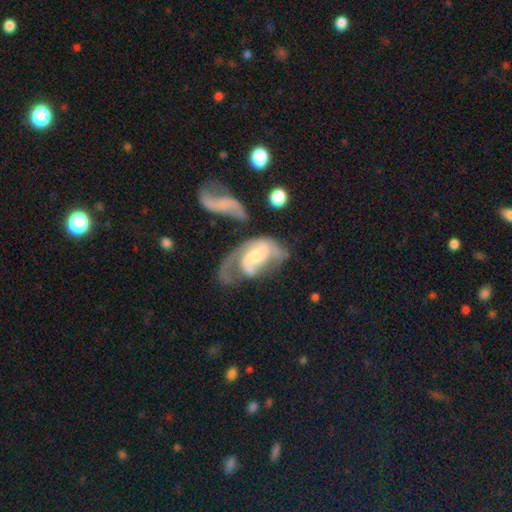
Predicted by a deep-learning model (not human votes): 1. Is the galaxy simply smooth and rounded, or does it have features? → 76% featured or disk, 18% smooth, 6% star or artifact.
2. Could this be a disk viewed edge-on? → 96% no, 4% yes.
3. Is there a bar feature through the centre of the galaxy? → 42% no, 41% weak, 16% strong.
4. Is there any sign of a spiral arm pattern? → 85% yes, 15% no.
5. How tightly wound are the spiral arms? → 43% medium, 35% loose, 23% tight.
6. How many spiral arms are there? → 51% 2, 29% 1, 14% can't tell, 4% 3, 2% 4, 1% more than 4.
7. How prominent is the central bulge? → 40% moderate, 38% small, 11% large, 9% none, 2% dominant.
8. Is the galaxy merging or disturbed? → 39% major disturbance, 23% none, 22% merger, 16% minor disturbance.